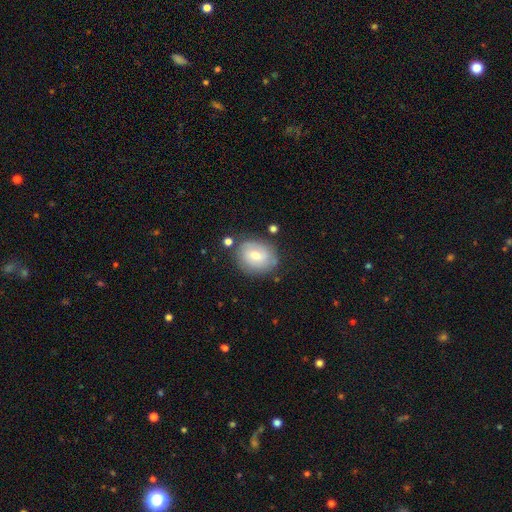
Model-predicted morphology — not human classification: smooth-or-featured: smooth: 60% | featured or disk: 32% | star or artifact: 7%
  how-rounded: in between: 51% | round: 48% | cigar-shaped: 1%
  merging: none: 74% | minor disturbance: 17% | major disturbance: 5% | merger: 4%